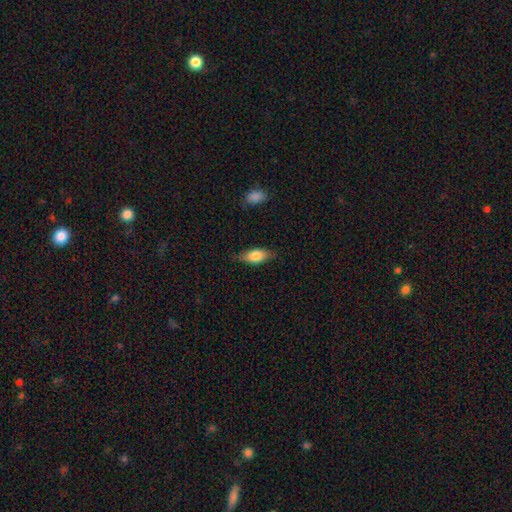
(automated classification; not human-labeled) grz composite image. It shows a smooth galaxy with no disk features (76%) that is in between round and cigar-shaped (82%). Merging: none (80%).